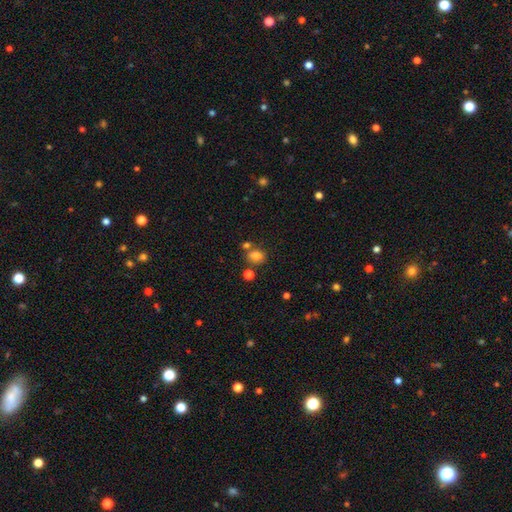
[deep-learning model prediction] Smooth or featured? Predicted: smooth (p=0.79). How rounded? Predicted: in between (p=0.54). Merging? Predicted: none (p=0.65).